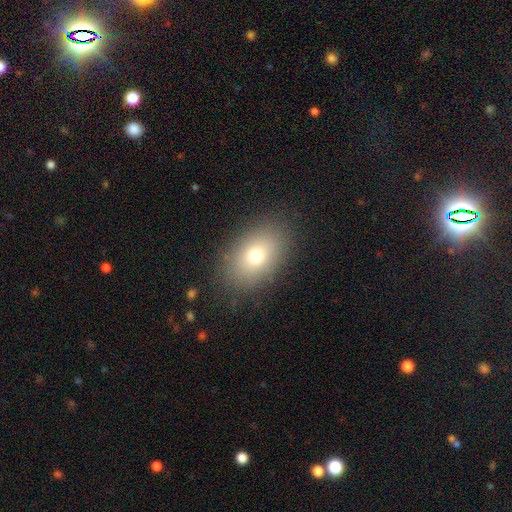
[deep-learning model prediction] A smooth galaxy with no disk features (73%) that is in between round and cigar-shaped (79%). Merging: none (85%).